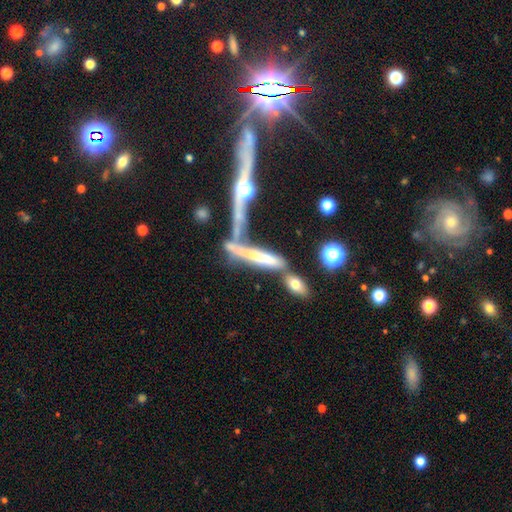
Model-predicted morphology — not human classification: Smooth or featured? Predicted: featured or disk (p=0.59). Edge-on disk? Predicted: yes (p=0.80). Merging? Predicted: merger (p=0.43).